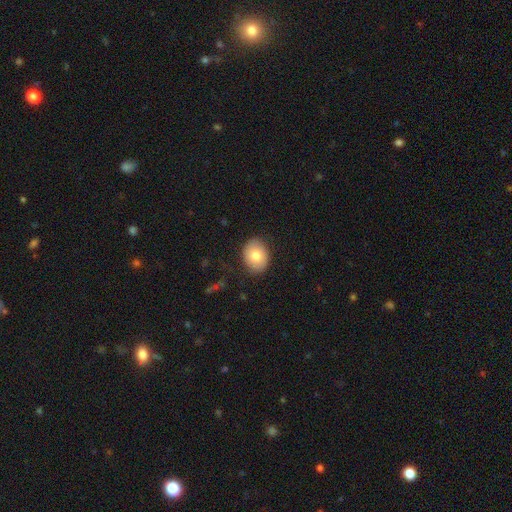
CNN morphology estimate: smooth_or_featured: smooth (p=0.78) [alt: featured or disk p=0.14]
how_rounded: in between (p=0.56) [alt: round p=0.43]
merging: none (p=0.86) [alt: minor disturbance p=0.11]